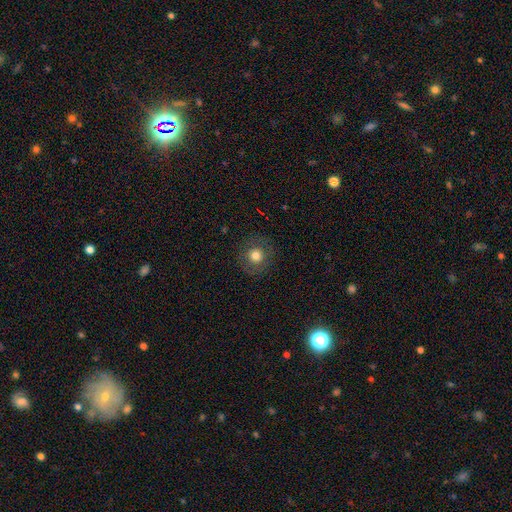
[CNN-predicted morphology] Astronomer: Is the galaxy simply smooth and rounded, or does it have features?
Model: smooth — 72%.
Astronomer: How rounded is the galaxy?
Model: round — 93%.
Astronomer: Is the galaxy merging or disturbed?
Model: none — 87%.